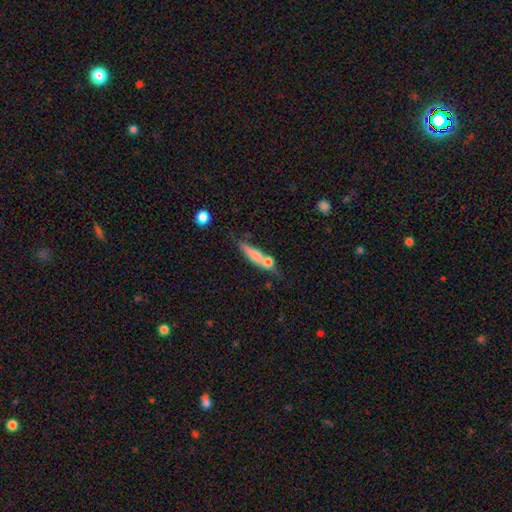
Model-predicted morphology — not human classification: type=smooth (58%); roundness=cigar-shaped (75%); merging=none (46%).